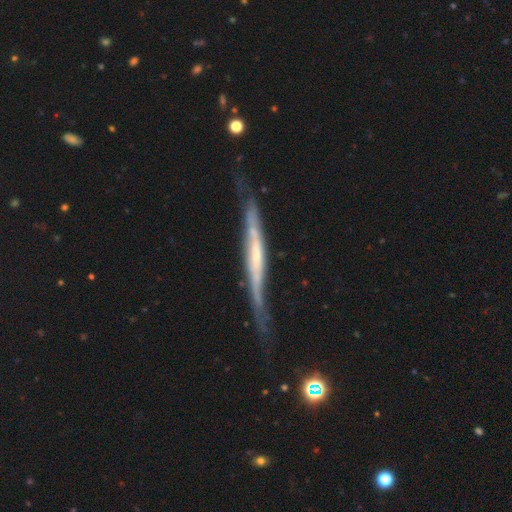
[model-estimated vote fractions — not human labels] Smooth or featured: featured or disk — 77% (smooth — 18%)
Edge-on disk: yes — 87% (no — 13%)
Edge-on bulge: none — 59% (rounded — 23%)
Merging: none — 59% (minor disturbance — 28%)